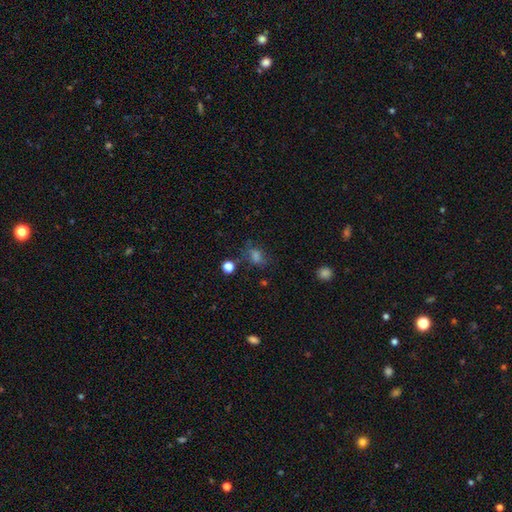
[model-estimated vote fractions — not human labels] Morphology: type=smooth (53%); roundness=in between (62%); merging=none (61%).